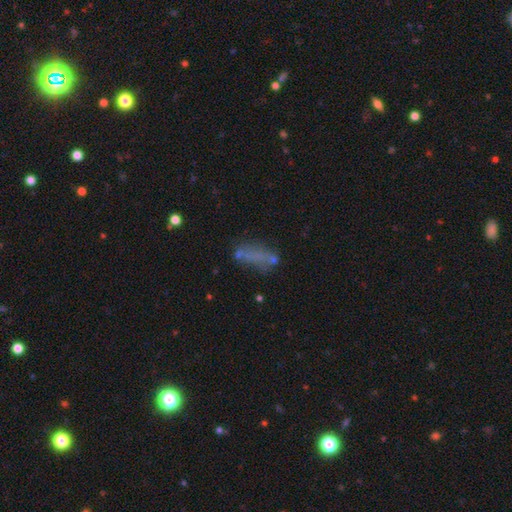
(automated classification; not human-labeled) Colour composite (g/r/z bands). It shows a smooth galaxy with no disk features (53%) that is in between round and cigar-shaped (55%). Merging: none (47%).